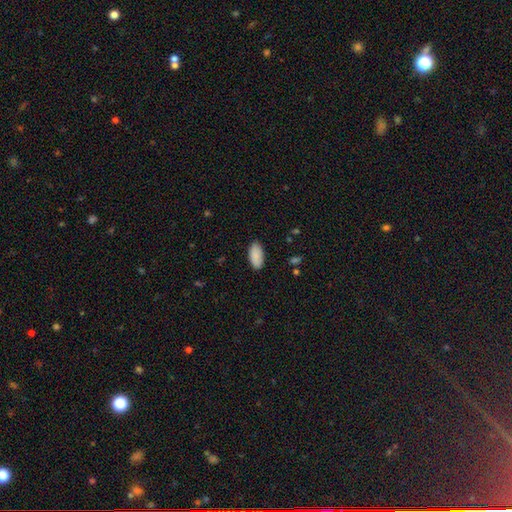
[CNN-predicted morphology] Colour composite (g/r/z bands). It shows a smooth galaxy with no disk features (90%) that is in between round and cigar-shaped (93%). Merging: none (87%).